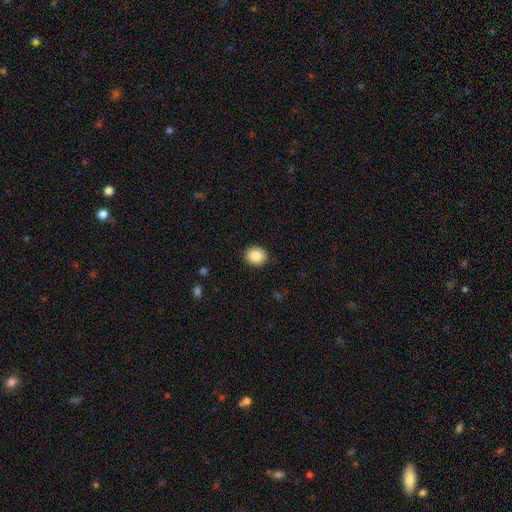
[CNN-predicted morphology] A smooth galaxy with no disk features (86%) that is round (69%). Merging: none (89%).